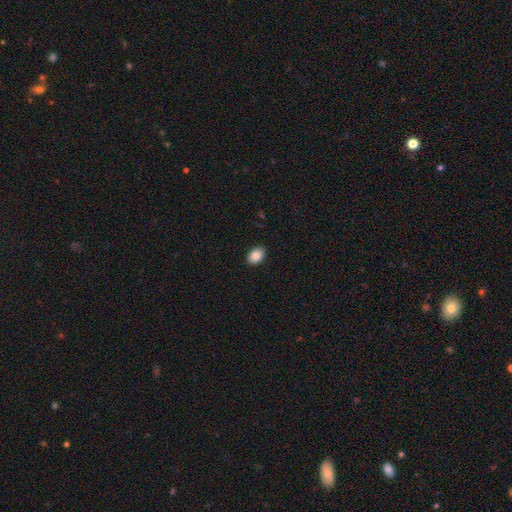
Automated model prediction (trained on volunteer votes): This is clearly a smooth galaxy (86%). How rounded: clearly in between (80%). Merging: clearly none (88%).